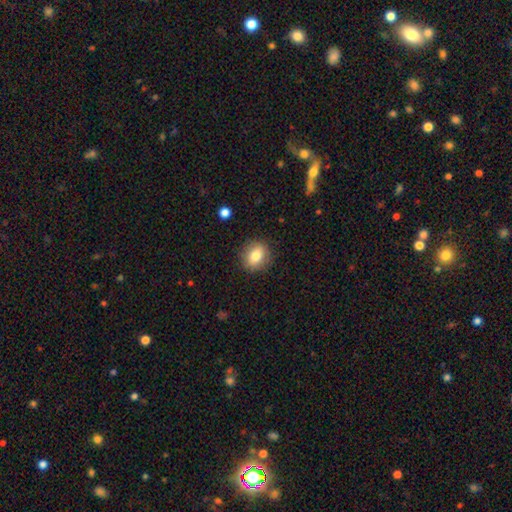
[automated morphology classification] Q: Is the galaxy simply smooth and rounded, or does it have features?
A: smooth — 79%.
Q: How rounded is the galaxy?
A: round — 65%.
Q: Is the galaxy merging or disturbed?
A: none — 88%.